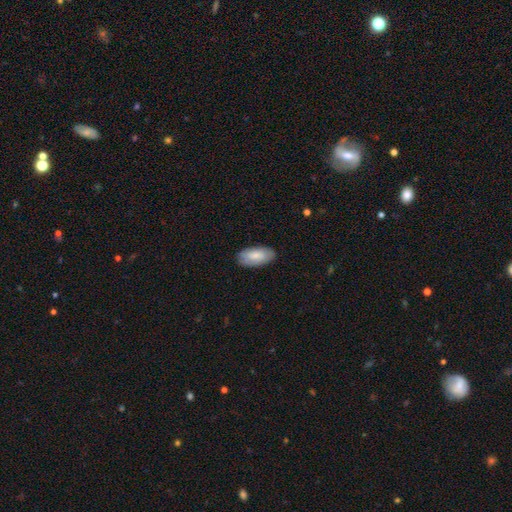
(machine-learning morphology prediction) This is likely a smooth galaxy (78%). How rounded: clearly in between (93%). Merging: clearly none (86%).